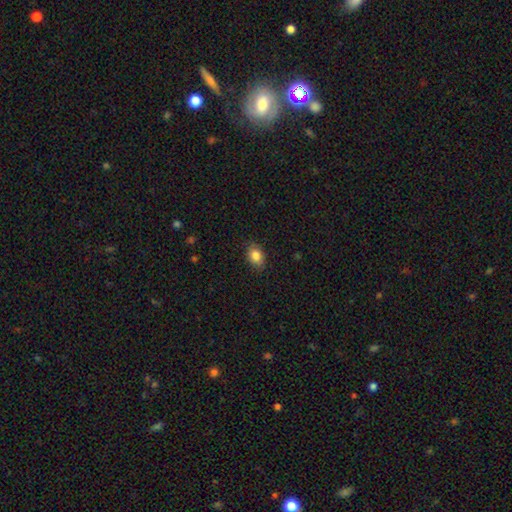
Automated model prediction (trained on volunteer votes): The model was most divided on "how rounded": in between: 79%, round: 19%, cigar-shaped: 1%. More confident: merging — none (86%); smooth or featured — smooth (85%).